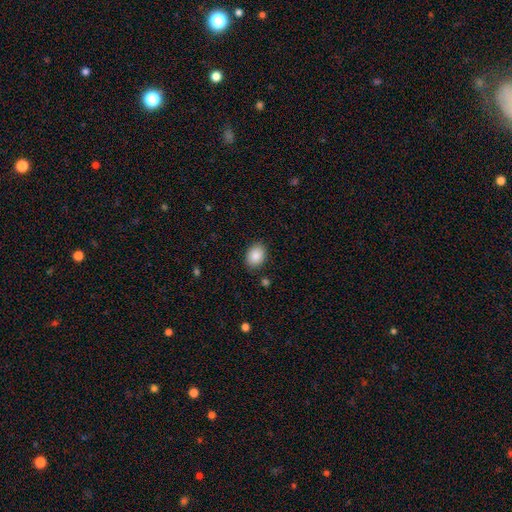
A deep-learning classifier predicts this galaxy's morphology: Smooth or featured: smooth — 88% (star or artifact — 8%)
How rounded: in between — 68% (round — 31%)
Merging: none — 86% (minor disturbance — 10%)